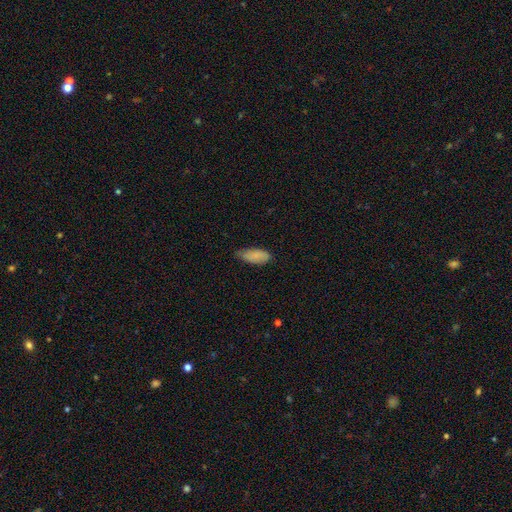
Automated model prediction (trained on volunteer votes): Smooth or featured: smooth — 85% (featured or disk — 9%)
How rounded: in between — 86% (cigar-shaped — 12%)
Merging: none — 57% (minor disturbance — 36%)